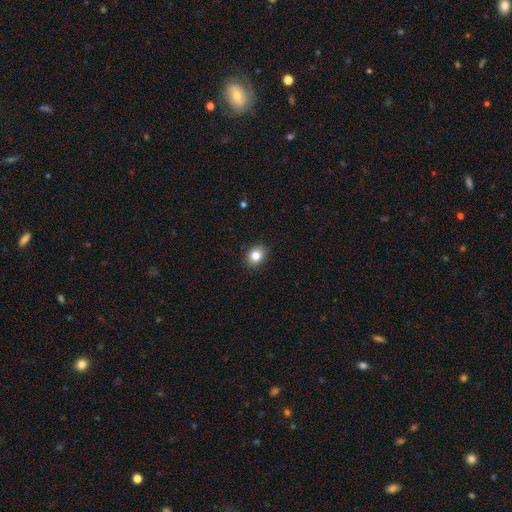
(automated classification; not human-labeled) A smooth galaxy with no disk features (84%) that is round (51%).

Vote fractions:
- Smooth or featured? smooth: 84% / star or artifact: 10% / featured or disk: 6%
- How rounded? round: 51% / in between: 48% / cigar-shaped: 1%
- Merging? none: 89% / minor disturbance: 8% / major disturbance: 2% / merger: 1%